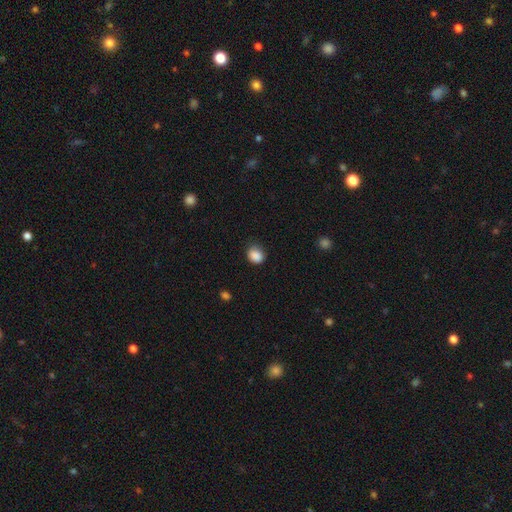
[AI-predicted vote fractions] smooth-or-featured: smooth: 88% | star or artifact: 9% | featured or disk: 3%
  how-rounded: round: 61% | in between: 38% | cigar-shaped: 1%
  merging: none: 78% | minor disturbance: 17% | major disturbance: 4% | merger: 1%